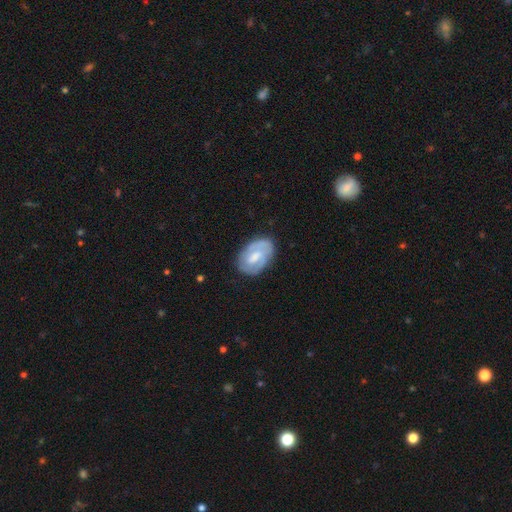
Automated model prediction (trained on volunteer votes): Q: Smooth or featured?
A: featured or disk (71%); runner-up: smooth (24%)
Q: Edge-on disk?
A: no (97%); runner-up: yes (3%)
Q: Bar?
A: weak (54%); runner-up: no (30%)
Q: Spiral arms?
A: yes (87%); runner-up: no (13%)
Q: Spiral winding?
A: tight (53%); runner-up: medium (36%)
Q: Spiral arm count?
A: 2 (65%); runner-up: can't tell (19%)
Q: Bulge size?
A: moderate (44%); runner-up: small (27%)
Q: Merging?
A: none (77%); runner-up: minor disturbance (16%)